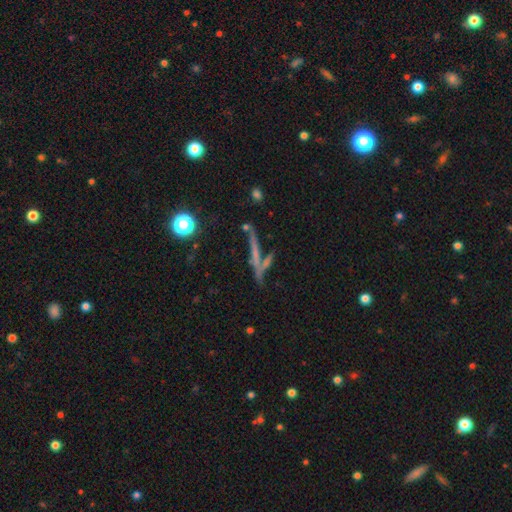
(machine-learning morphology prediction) Smooth or featured?
  - featured or disk: 48% *
  - smooth: 34%
  - star or artifact: 18%
Merging?
  - none: 59% *
  - merger: 21%
  - minor disturbance: 13%
  - major disturbance: 7%